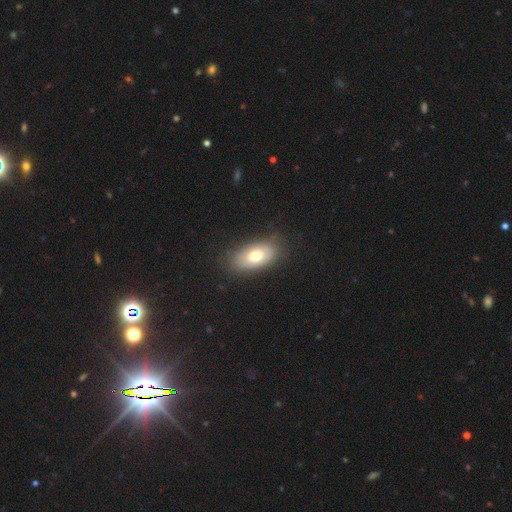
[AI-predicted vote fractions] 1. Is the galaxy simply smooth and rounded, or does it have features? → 66% smooth, 26% featured or disk, 7% star or artifact.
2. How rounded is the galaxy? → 91% in between, 6% round, 3% cigar-shaped.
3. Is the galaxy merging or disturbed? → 80% none, 14% minor disturbance, 4% major disturbance, 1% merger.